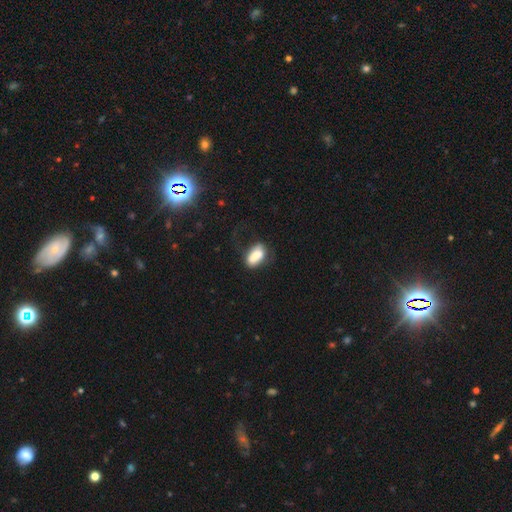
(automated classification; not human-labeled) A smooth galaxy with no disk features (77%) that is in between round and cigar-shaped (86%).

Vote fractions:
- Smooth or featured? smooth: 77% / featured or disk: 14% / star or artifact: 8%
- How rounded? in between: 86% / cigar-shaped: 9% / round: 5%
- Merging? none: 44% / minor disturbance: 29% / major disturbance: 24% / merger: 4%